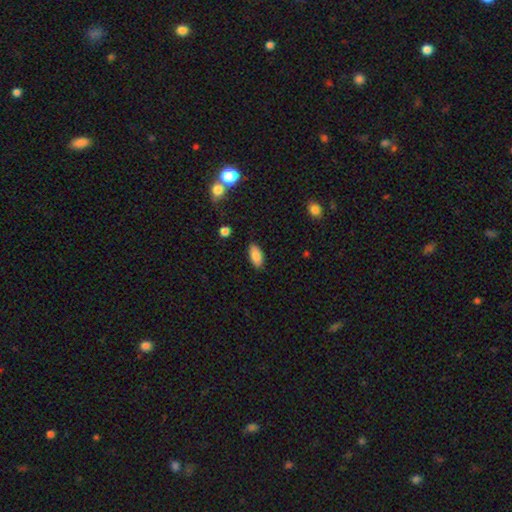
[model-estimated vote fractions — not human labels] A smooth galaxy with no disk features (85%) that is in between round and cigar-shaped (89%). Merging: none (85%).